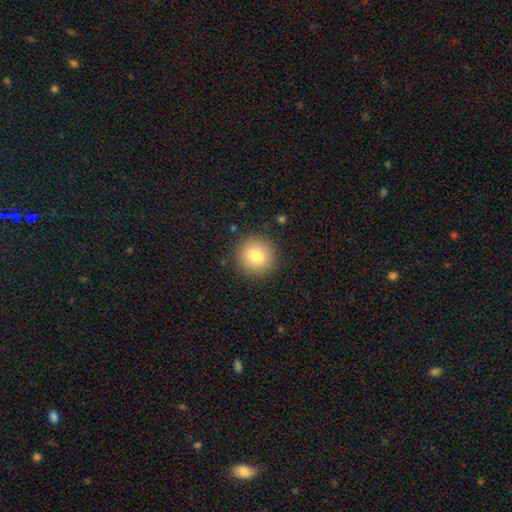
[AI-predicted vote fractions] Smooth or featured? Predicted: smooth (p=0.83). How rounded? Predicted: round (p=0.93). Merging? Predicted: none (p=0.89).